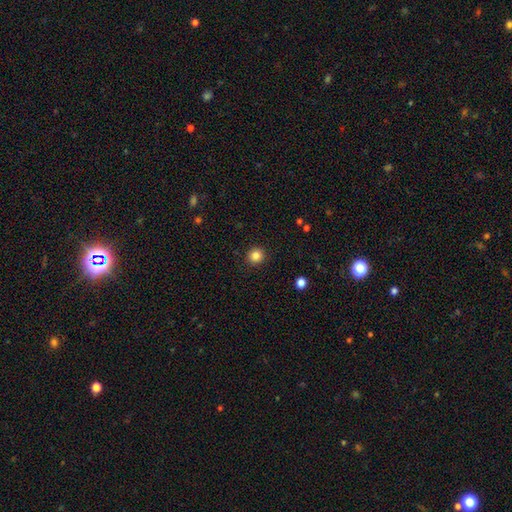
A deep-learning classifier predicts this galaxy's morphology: smooth_or_featured: smooth (p=0.84) [alt: star or artifact p=0.11]
how_rounded: round (p=0.92) [alt: in between p=0.07]
merging: none (p=0.92) [alt: minor disturbance p=0.05]